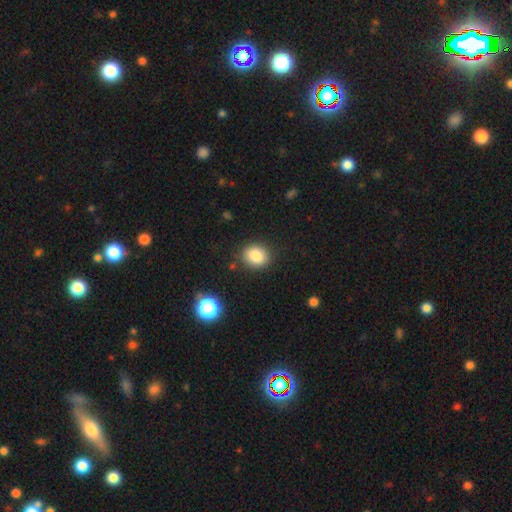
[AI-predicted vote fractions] This appears to be a smooth galaxy with no disk features (84%) that is round (65%). Merging: none (86%).